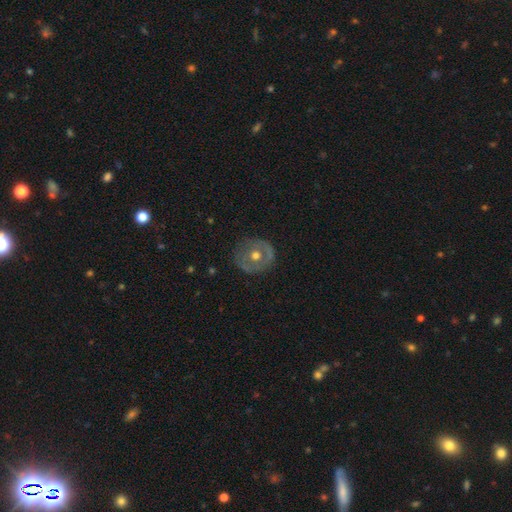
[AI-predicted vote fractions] Morphology: type=featured or disk (59%); edge-on=no (95%); bar=no (83%); spiral arms=no (73%); bulge=moderate (81%); merging=none (79%).